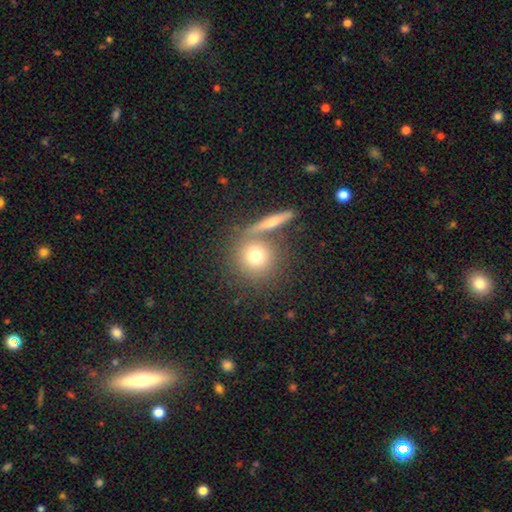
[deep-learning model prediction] Smooth or featured? smooth (73%)
How rounded? round (90%)
Merging? none (68%)